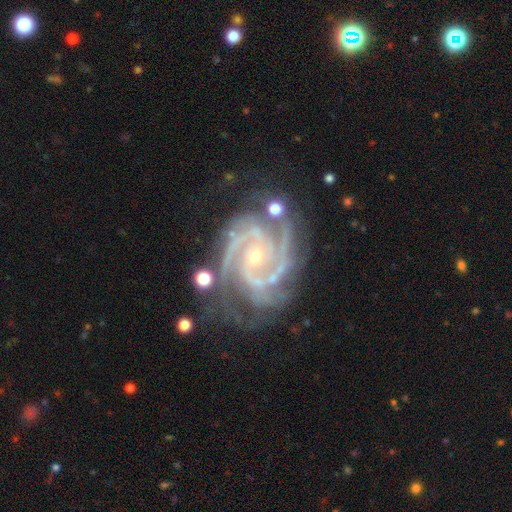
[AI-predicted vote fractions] Smooth or featured?
  - featured or disk: 94% *
  - star or artifact: 4%
  - smooth: 2%
Edge-on disk?
  - no: 98% *
  - yes: 2%
Bar?
  - no: 64% *
  - weak: 25%
  - strong: 12%
Spiral arms?
  - yes: 99% *
  - no: 1%
Spiral winding?
  - tight: 65% *
  - medium: 32%
  - loose: 3%
Spiral arm count?
  - 2: 35% *
  - 3: 34%
  - 4: 13%
  - can't tell: 7%
  - more than 4: 6%
  - 1: 5%
Bulge size?
  - small: 74% *
  - moderate: 22%
  - none: 1%
  - large: 1%
  - dominant: 1%
Merging?
  - none: 65% *
  - minor disturbance: 22%
  - major disturbance: 9%
  - merger: 4%